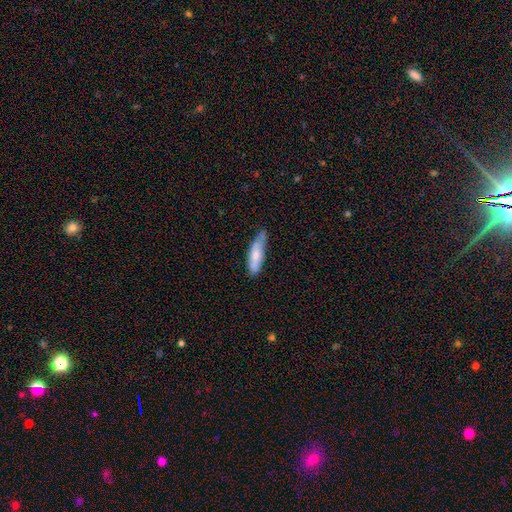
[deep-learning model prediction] smooth-or-featured: smooth: 73% | featured or disk: 21% | star or artifact: 6%
  how-rounded: cigar-shaped: 63% | in between: 35% | round: 1%
  merging: none: 59% | minor disturbance: 32% | major disturbance: 6% | merger: 3%